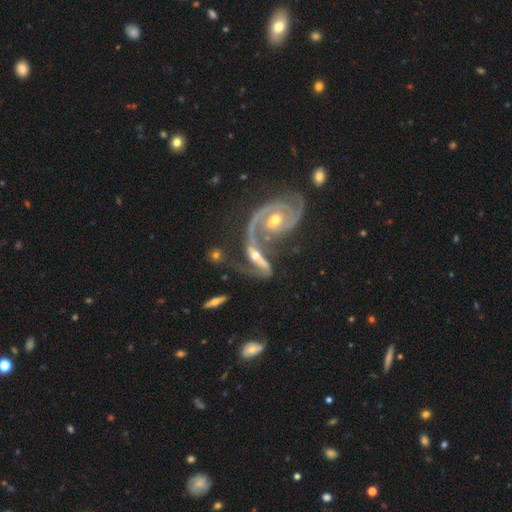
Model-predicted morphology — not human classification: smooth_or_featured: featured or disk (p=0.78) [alt: smooth p=0.14]
disk_edge_on: no (p=0.85) [alt: yes p=0.15]
bar: no (p=0.42) [alt: weak p=0.33]
has_spiral_arms: yes (p=0.88) [alt: no p=0.12]
spiral_winding: loose (p=0.56) [alt: medium p=0.30]
spiral_arm_count: 2 (p=0.83) [alt: 1 p=0.07]
bulge_size: moderate (p=0.54) [alt: small p=0.33]
merging: merger (p=0.60) [alt: none p=0.18]